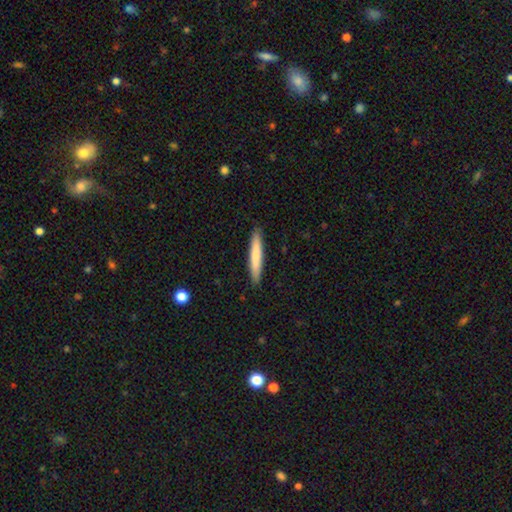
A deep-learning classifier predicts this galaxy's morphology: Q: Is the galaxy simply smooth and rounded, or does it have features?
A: smooth — 76%.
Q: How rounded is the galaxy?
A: cigar-shaped — 93%.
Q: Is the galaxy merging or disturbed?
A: none — 90%.